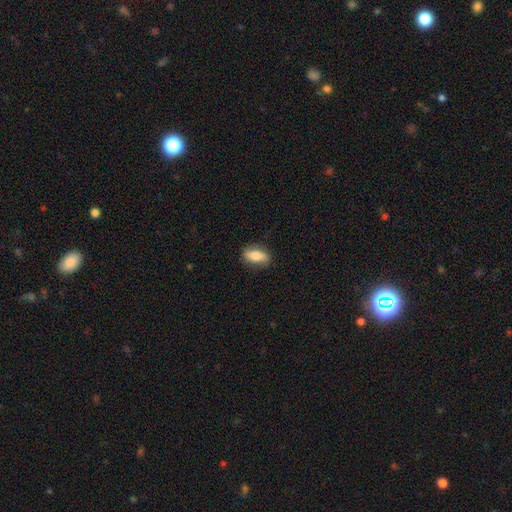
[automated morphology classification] Overall: smooth (75%). How rounded: in between (81%). Merging: none (80%).